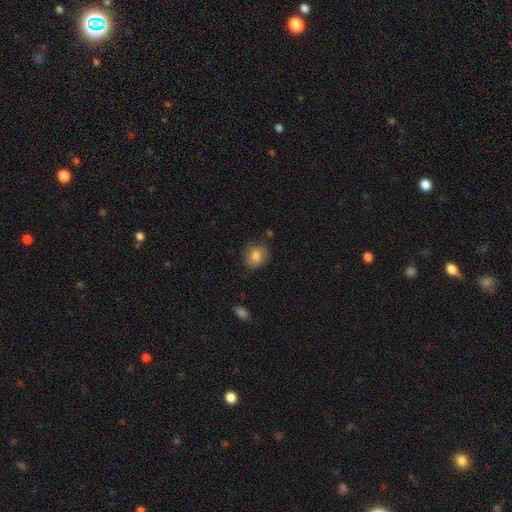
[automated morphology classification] This appears to be a smooth galaxy with no disk features (82%) that is round (65%). Merging: none (76%).